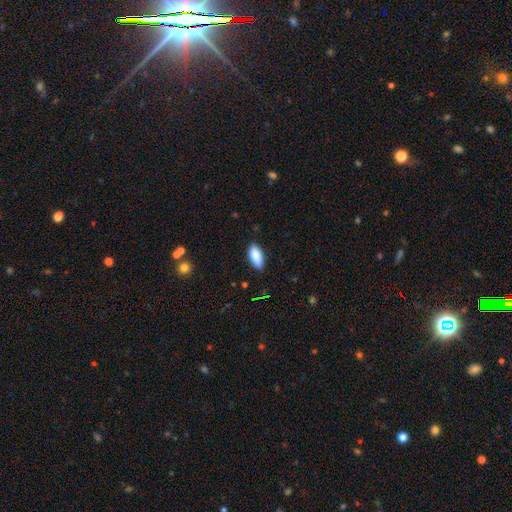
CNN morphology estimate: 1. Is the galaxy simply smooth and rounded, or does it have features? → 84% smooth, 9% featured or disk, 7% star or artifact.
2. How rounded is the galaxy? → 85% in between, 13% cigar-shaped, 2% round.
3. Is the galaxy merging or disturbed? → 86% none, 11% minor disturbance, 2% major disturbance, 1% merger.